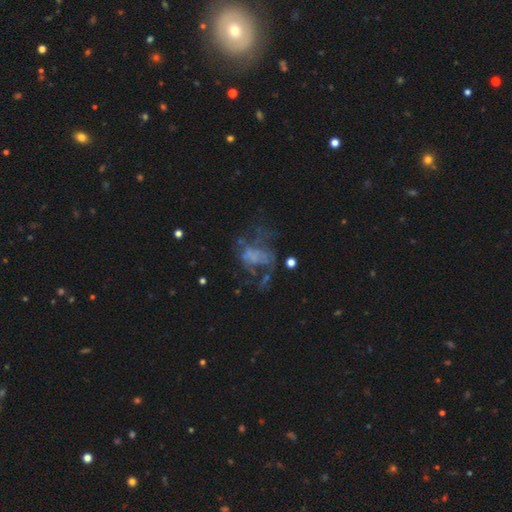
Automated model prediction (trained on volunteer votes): Morphology: type=featured or disk (57%); edge-on=no (98%); bar=no (85%); spiral arms=no (77%); bulge=none (75%); merging=major disturbance (50%).